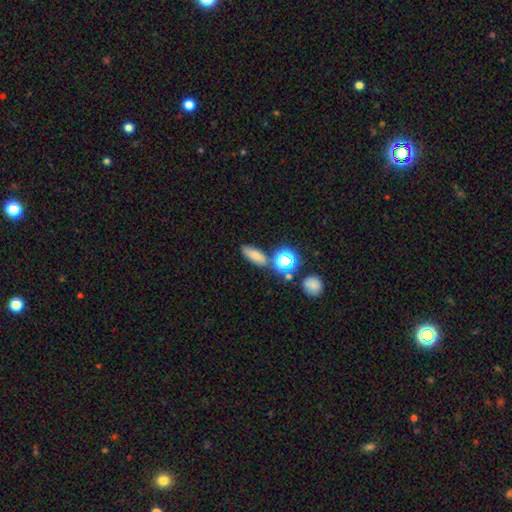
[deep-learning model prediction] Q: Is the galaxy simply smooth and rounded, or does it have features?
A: smooth — 73%.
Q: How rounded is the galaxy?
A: in between — 59%.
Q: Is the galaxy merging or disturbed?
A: none — 74%.